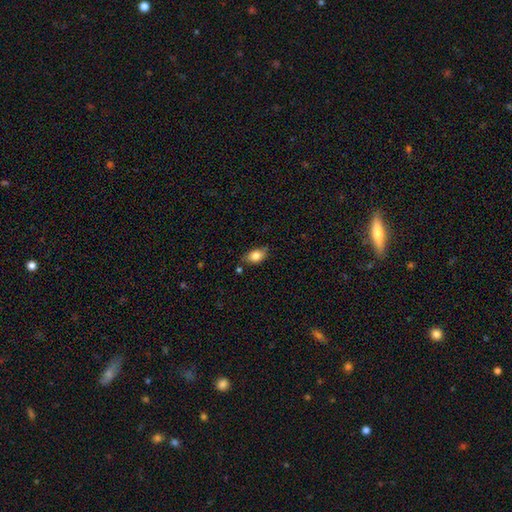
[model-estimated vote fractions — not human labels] smooth_or_featured: smooth (p=0.80) [alt: featured or disk p=0.12]
how_rounded: in between (p=0.86) [alt: round p=0.11]
merging: none (p=0.69) [alt: minor disturbance p=0.23]